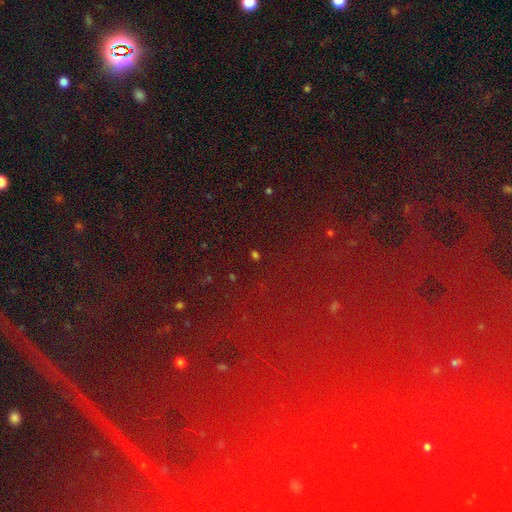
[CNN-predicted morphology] A star or artifact, not a galaxy (73%).